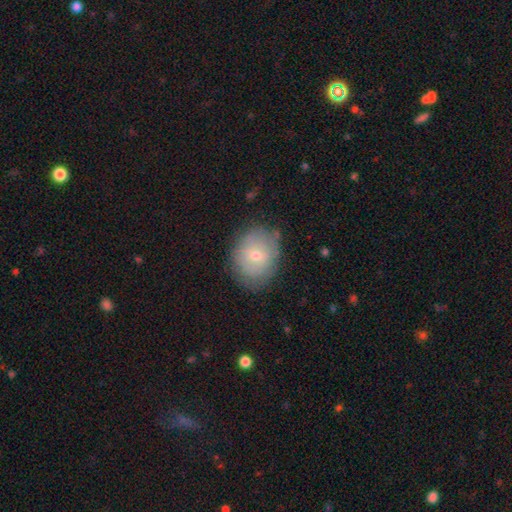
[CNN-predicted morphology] Smooth or featured?
  - smooth: 63% *
  - featured or disk: 28%
  - star or artifact: 9%
How rounded?
  - round: 60% *
  - in between: 39%
  - cigar-shaped: 1%
Merging?
  - none: 75% *
  - minor disturbance: 18%
  - major disturbance: 5%
  - merger: 1%